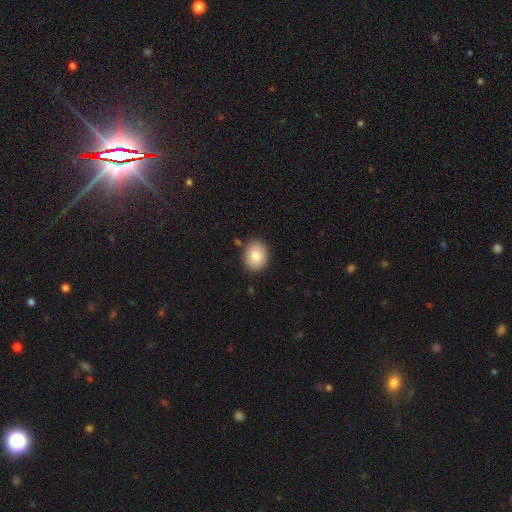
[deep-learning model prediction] Smooth or featured: smooth — 83% (featured or disk — 9%)
How rounded: in between — 57% (round — 42%)
Merging: none — 85% (minor disturbance — 10%)